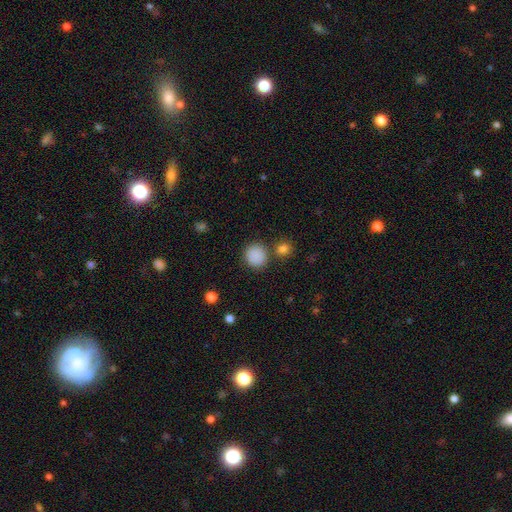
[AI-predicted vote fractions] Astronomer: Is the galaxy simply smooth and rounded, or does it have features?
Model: smooth — 87%.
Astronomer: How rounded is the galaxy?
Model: round — 88%.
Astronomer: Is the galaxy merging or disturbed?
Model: none — 81%.